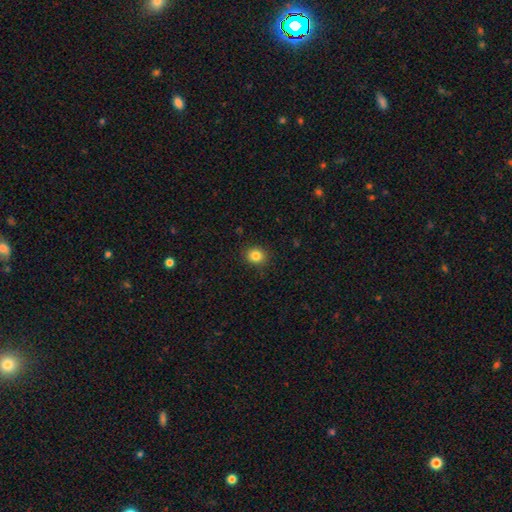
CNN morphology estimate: The model was most divided on "how rounded": round: 79%, in between: 21%, cigar-shaped: 1%. More confident: merging — none (89%); smooth or featured — smooth (84%).